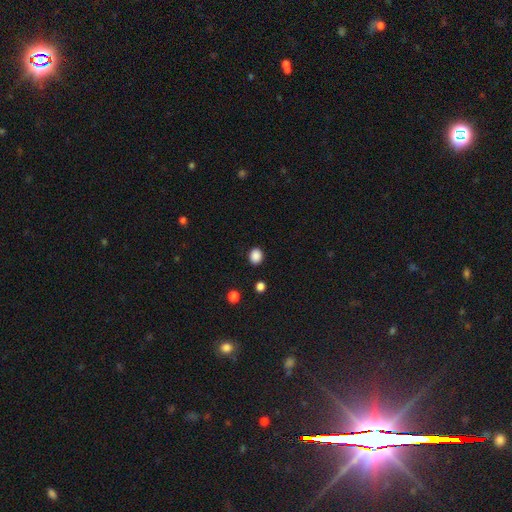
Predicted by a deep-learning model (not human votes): A smooth galaxy with no disk features (87%) that is round (66%).

Vote fractions:
- Smooth or featured? smooth: 87% / star or artifact: 10% / featured or disk: 3%
- How rounded? round: 66% / in between: 33% / cigar-shaped: 1%
- Merging? none: 88% / minor disturbance: 8% / major disturbance: 2% / merger: 2%